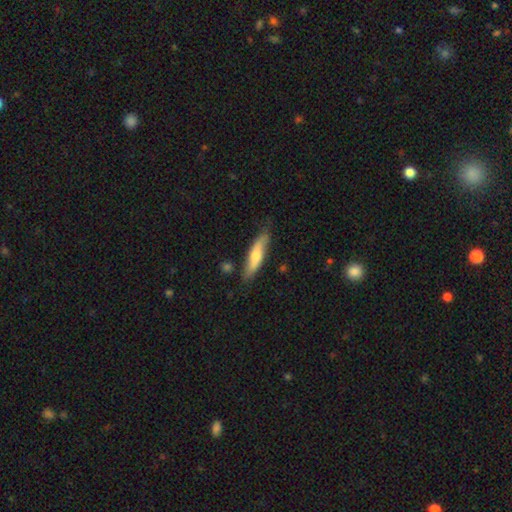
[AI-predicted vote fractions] Smooth or featured? smooth (60%)
How rounded? cigar-shaped (76%)
Merging? none (77%)